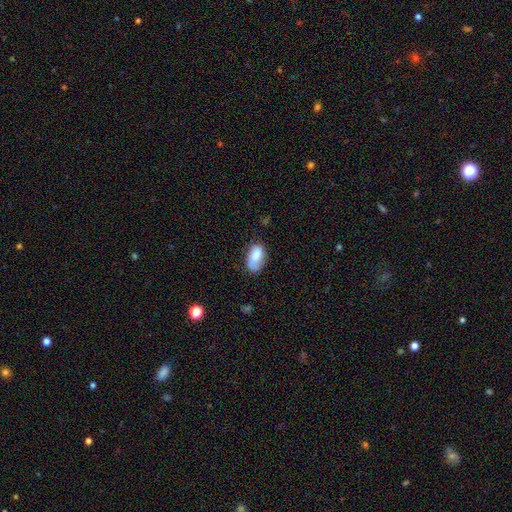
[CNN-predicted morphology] Overall: smooth (72%). How rounded: in between (92%). Merging: none (57%; minor disturbance 29%).